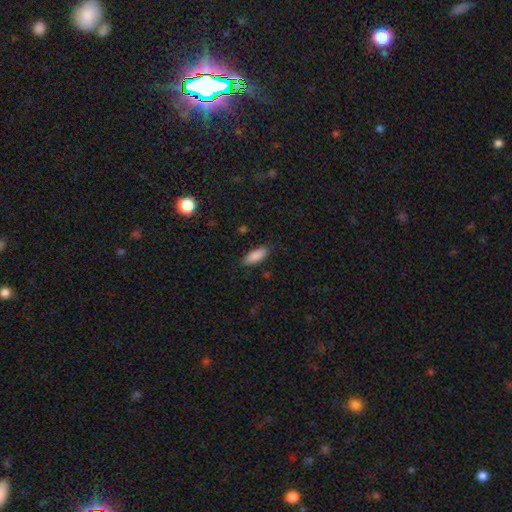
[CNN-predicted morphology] smooth-or-featured: smooth: 88% | star or artifact: 7% | featured or disk: 5%
  how-rounded: in between: 73% | cigar-shaped: 25% | round: 2%
  merging: none: 85% | minor disturbance: 11% | major disturbance: 3% | merger: 1%